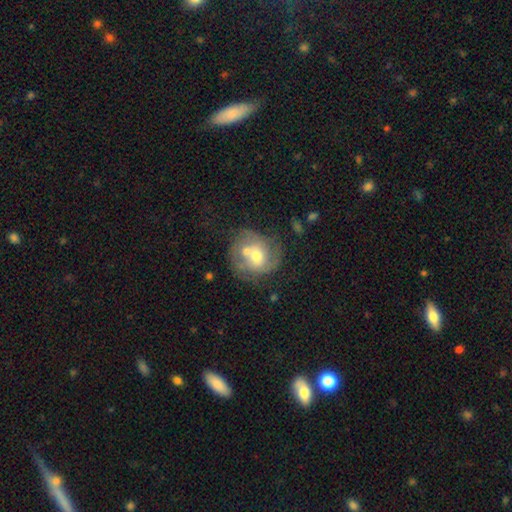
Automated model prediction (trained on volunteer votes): Smooth or featured? featured or disk (54%)
Edge-on disk? no (97%)
Bar? no (70%)
Spiral arms? yes (60%)
Bulge size? moderate (67%)
Merging? merger (39%)